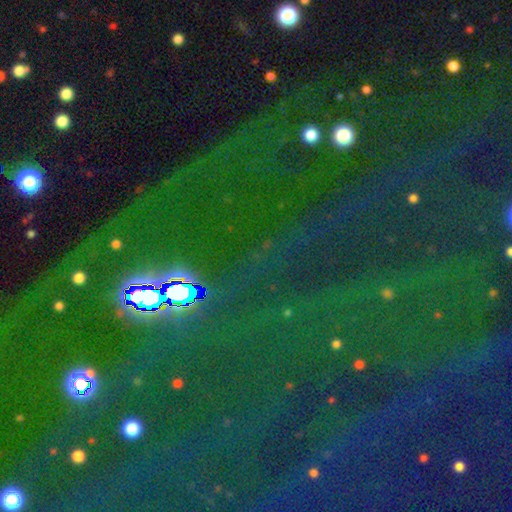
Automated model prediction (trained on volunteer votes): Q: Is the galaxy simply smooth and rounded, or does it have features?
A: star or artifact — 82%.